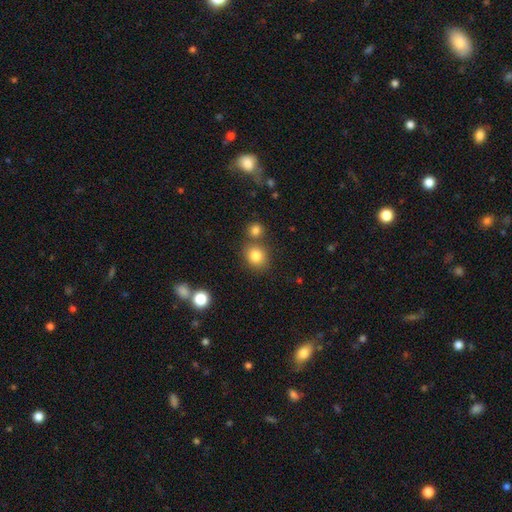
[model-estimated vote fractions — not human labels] Q: Smooth or featured?
A: smooth (82%); runner-up: star or artifact (12%)
Q: How rounded?
A: round (73%); runner-up: in between (26%)
Q: Merging?
A: none (70%); runner-up: merger (17%)